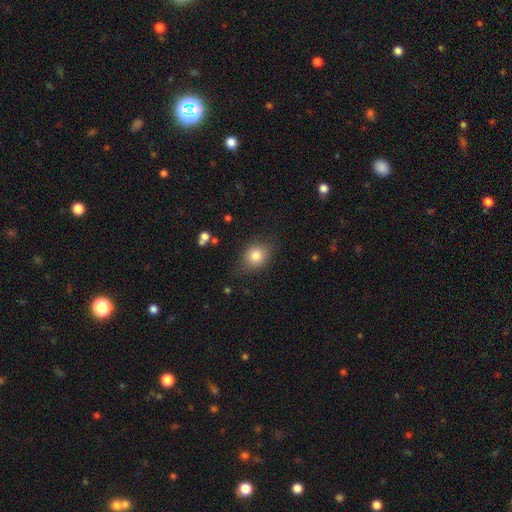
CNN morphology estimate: Smooth or featured? Predicted: smooth (p=0.80). How rounded? Predicted: round (p=0.51). Merging? Predicted: none (p=0.74).